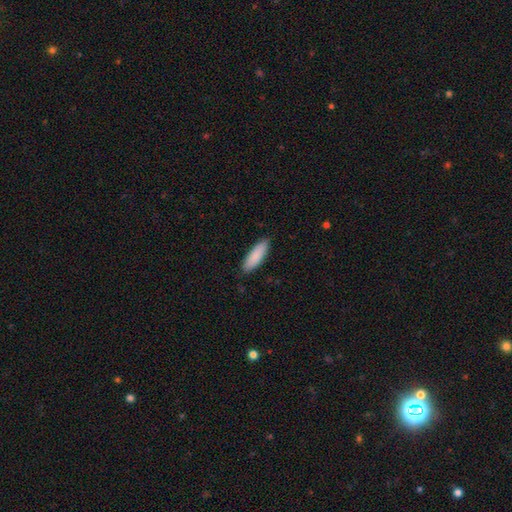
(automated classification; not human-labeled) A smooth galaxy with no disk features (89%) that is in between round and cigar-shaped (54%).

Vote fractions:
- Smooth or featured? smooth: 89% / featured or disk: 5% / star or artifact: 5%
- How rounded? in between: 54% / cigar-shaped: 45% / round: 1%
- Merging? none: 88% / minor disturbance: 10% / major disturbance: 2% / merger: 1%